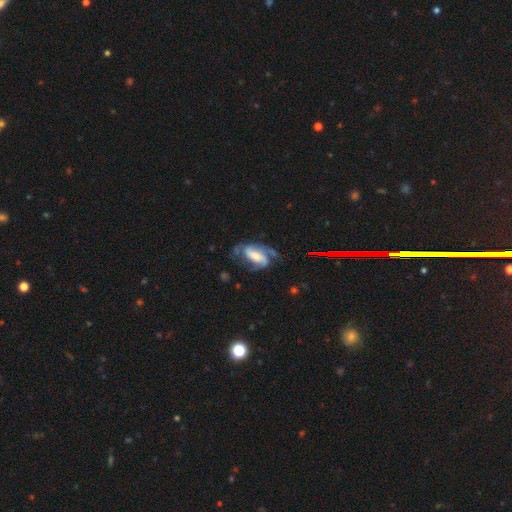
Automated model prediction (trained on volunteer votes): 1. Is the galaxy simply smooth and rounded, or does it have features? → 75% featured or disk, 18% smooth, 7% star or artifact.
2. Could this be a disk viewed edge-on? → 95% no, 5% yes.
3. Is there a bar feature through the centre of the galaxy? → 37% no, 34% weak, 28% strong.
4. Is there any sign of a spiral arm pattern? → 92% yes, 8% no.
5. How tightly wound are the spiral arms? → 47% medium, 27% loose, 26% tight.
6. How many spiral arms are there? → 74% 2, 10% can't tell, 7% 3, 7% 1, 2% 4, 2% more than 4.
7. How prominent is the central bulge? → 28% moderate, 27% large, 26% small, 14% none, 5% dominant.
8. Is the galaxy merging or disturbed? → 50% none, 24% major disturbance, 23% minor disturbance, 3% merger.